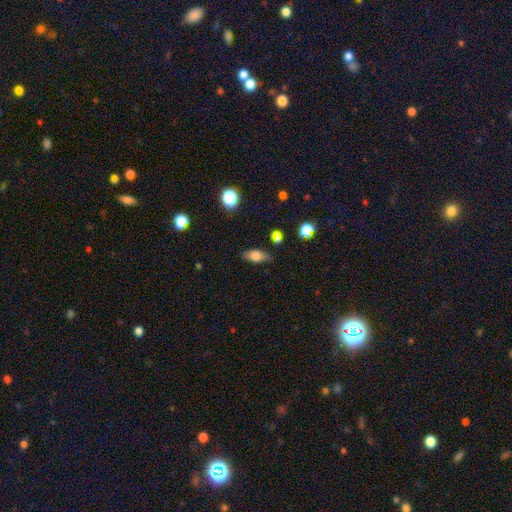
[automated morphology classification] This is likely a smooth galaxy (72%). How rounded: likely in between (79%). Merging: likely none (78%).